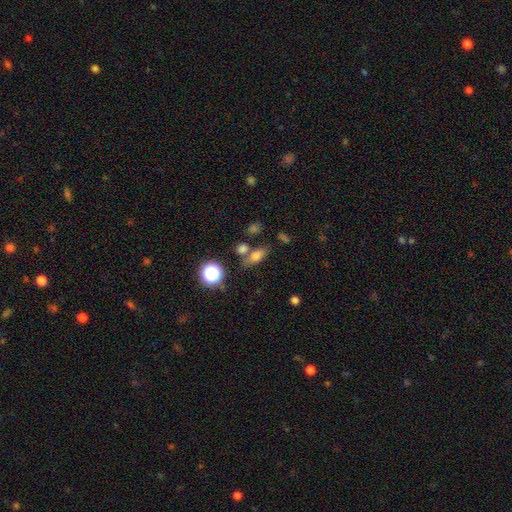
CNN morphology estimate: Smooth or featured: smooth — 72% (star or artifact — 16%)
How rounded: in between — 74% (round — 15%)
Merging: none — 63% (merger — 19%)